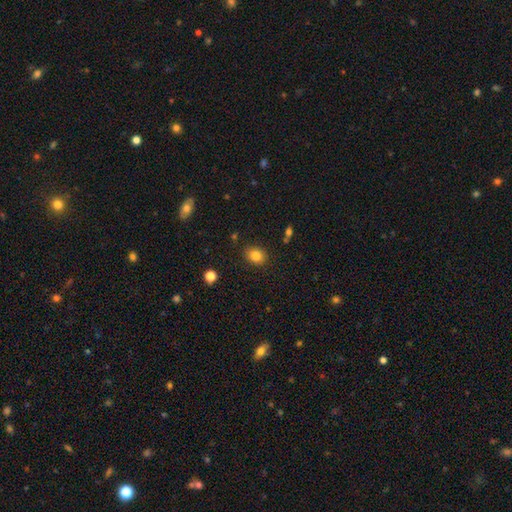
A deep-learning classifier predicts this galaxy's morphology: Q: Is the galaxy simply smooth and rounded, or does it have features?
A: smooth — 82%.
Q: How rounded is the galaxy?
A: round — 53%.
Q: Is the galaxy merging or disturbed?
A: none — 85%.